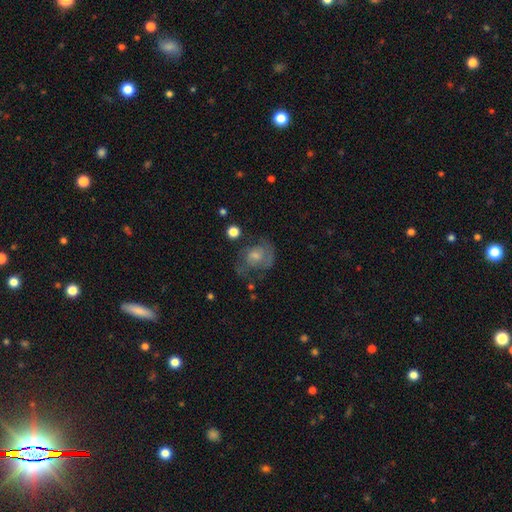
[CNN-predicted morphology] smooth-or-featured: featured or disk: 54% | smooth: 31% | star or artifact: 15%
  disk-edge-on: no: 97% | yes: 3%
    bar: no: 77% | weak: 19% | strong: 3%
    has-spiral-arms: yes: 66% | no: 34%
    bulge-size: moderate: 44% | small: 39% | none: 8% | large: 7% | dominant: 2%
  merging: none: 56% | minor disturbance: 22% | major disturbance: 19% | merger: 3%